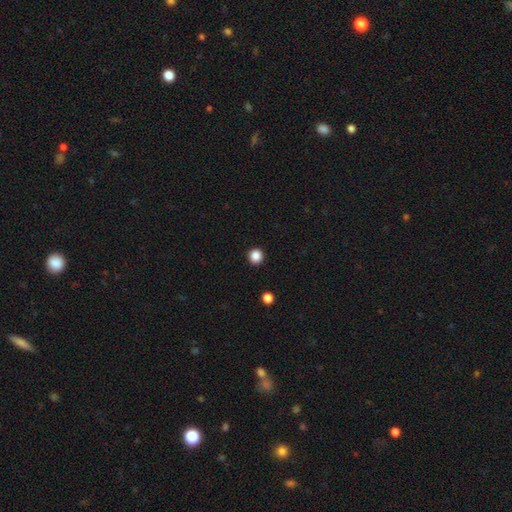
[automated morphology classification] Smooth or featured?
  - smooth: 86% *
  - star or artifact: 11%
  - featured or disk: 3%
How rounded?
  - round: 95% *
  - in between: 4%
  - cigar-shaped: 1%
Merging?
  - none: 94% *
  - minor disturbance: 4%
  - major disturbance: 1%
  - merger: 1%